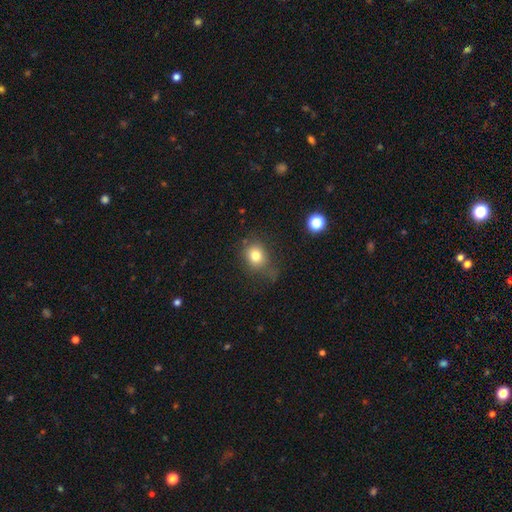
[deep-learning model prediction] Smooth or featured?
  - smooth: 78% *
  - star or artifact: 13%
  - featured or disk: 9%
How rounded?
  - round: 65% *
  - in between: 34%
  - cigar-shaped: 1%
Merging?
  - none: 60% *
  - minor disturbance: 25%
  - major disturbance: 12%
  - merger: 3%